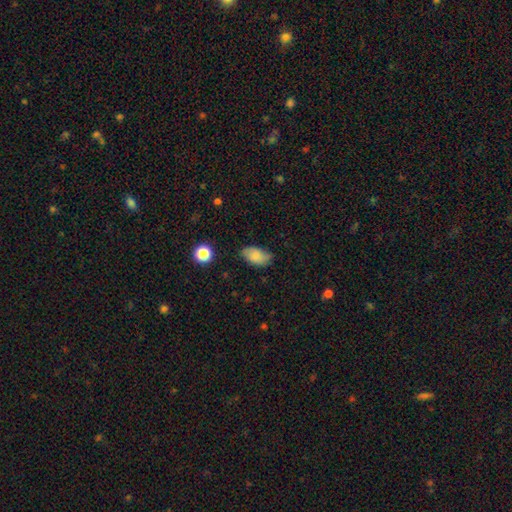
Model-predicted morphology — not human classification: smooth_or_featured: smooth (p=0.79) [alt: featured or disk p=0.12]
how_rounded: in between (p=0.91) [alt: round p=0.07]
merging: none (p=0.69) [alt: minor disturbance p=0.24]